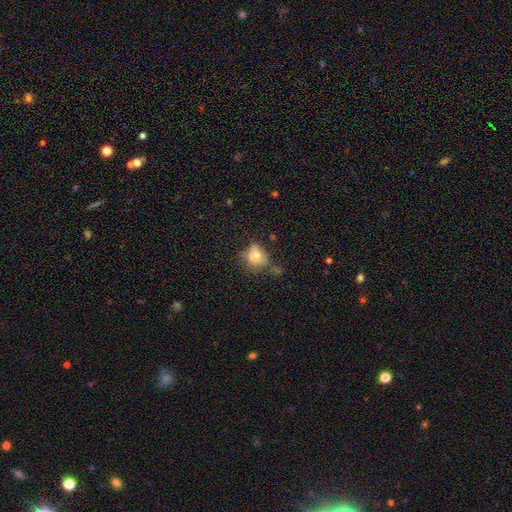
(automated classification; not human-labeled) A smooth galaxy with no disk features (71%) that is round (65%). Merging: none (50%).